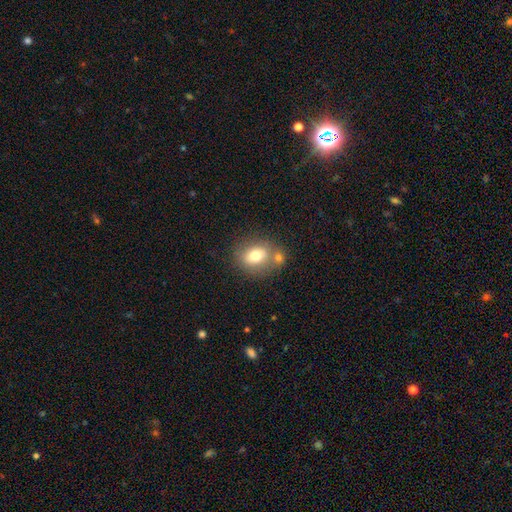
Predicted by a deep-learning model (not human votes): This appears to be a smooth galaxy with no disk features (74%) that is round (51%). Merging: none (57%).